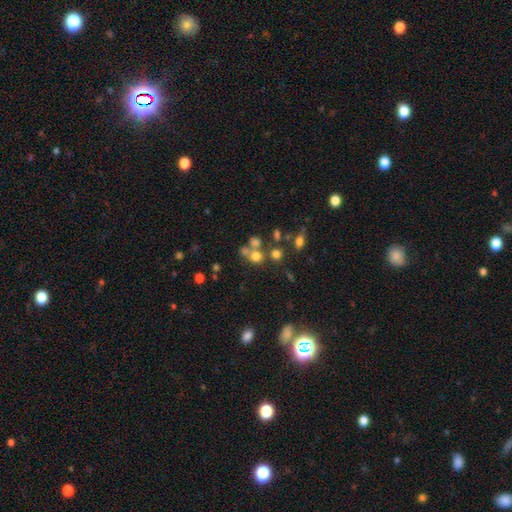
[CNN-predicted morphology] Overall: smooth (65%). How rounded: round (82%). Merging: none (49%; merger 36%).